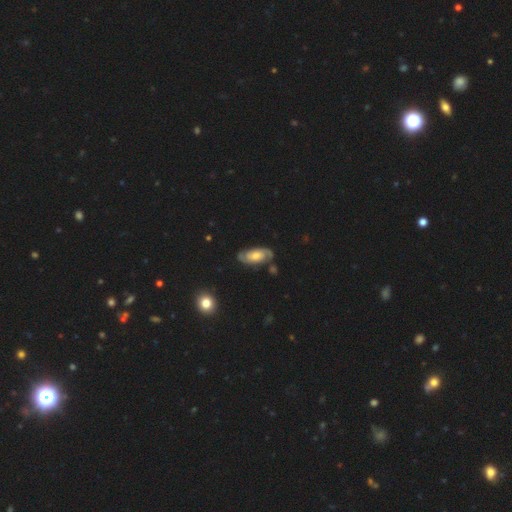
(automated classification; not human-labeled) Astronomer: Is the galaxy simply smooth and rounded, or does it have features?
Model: featured or disk — 79%.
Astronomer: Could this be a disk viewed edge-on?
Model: no — 95%.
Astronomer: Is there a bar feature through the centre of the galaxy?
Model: no — 62%.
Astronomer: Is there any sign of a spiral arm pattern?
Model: yes — 95%.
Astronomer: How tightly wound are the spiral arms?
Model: tight — 47% (runner-up: medium, 40%).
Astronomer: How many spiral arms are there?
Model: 2 — 88%.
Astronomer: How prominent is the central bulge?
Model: moderate — 52% (runner-up: small, 27%).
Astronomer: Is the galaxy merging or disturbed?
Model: none — 77%.